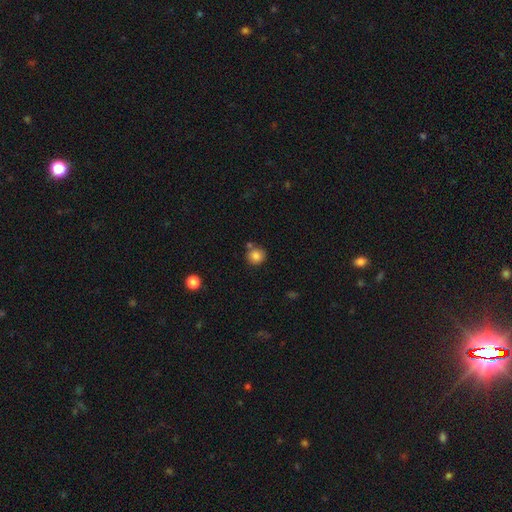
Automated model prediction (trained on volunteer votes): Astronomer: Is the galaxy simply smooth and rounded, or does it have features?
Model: smooth — 84%.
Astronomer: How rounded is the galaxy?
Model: round — 89%.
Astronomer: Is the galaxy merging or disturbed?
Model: none — 72%.